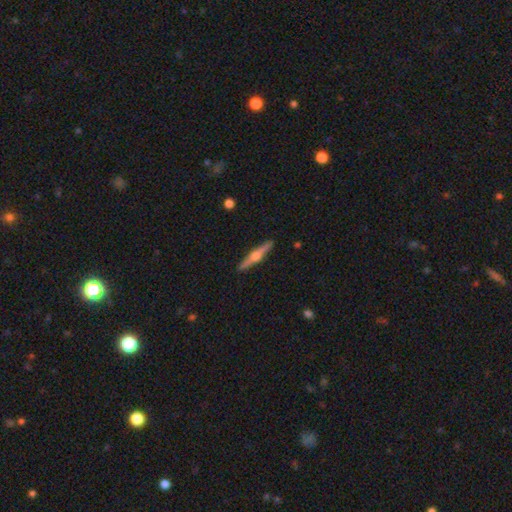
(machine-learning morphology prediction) A featured or disk galaxy (71%) viewed edge-on (98%) with a rounded central bulge (91%).

Vote fractions:
- Smooth or featured? featured or disk: 71% / smooth: 23% / star or artifact: 5%
- Edge-on disk? yes: 98% / no: 2%
- Edge-on bulge? rounded: 91% / boxy: 6% / none: 3%
- Merging? none: 91% / minor disturbance: 6% / major disturbance: 1% / merger: 1%